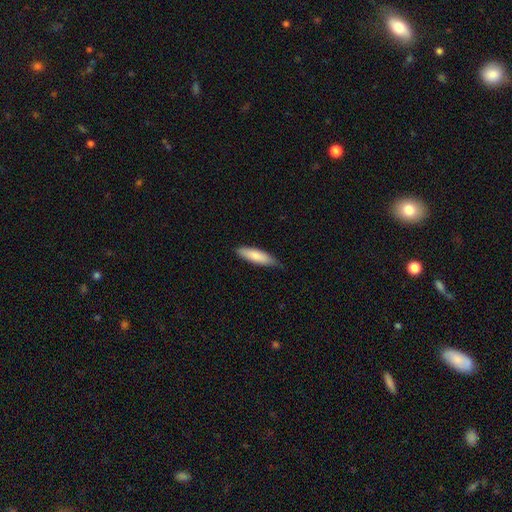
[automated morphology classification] Overall: smooth (83%). How rounded: cigar-shaped (62%; in between 37%). Merging: none (75%).